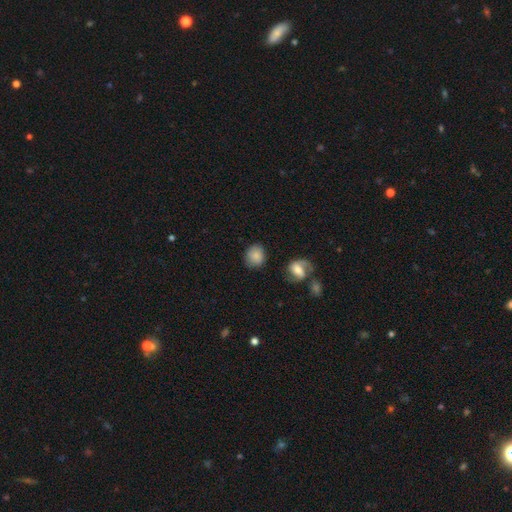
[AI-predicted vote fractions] Smooth or featured?
  - smooth: 81% *
  - featured or disk: 11%
  - star or artifact: 8%
How rounded?
  - round: 75% *
  - in between: 24%
  - cigar-shaped: 1%
Merging?
  - none: 76% *
  - minor disturbance: 13%
  - merger: 6%
  - major disturbance: 5%